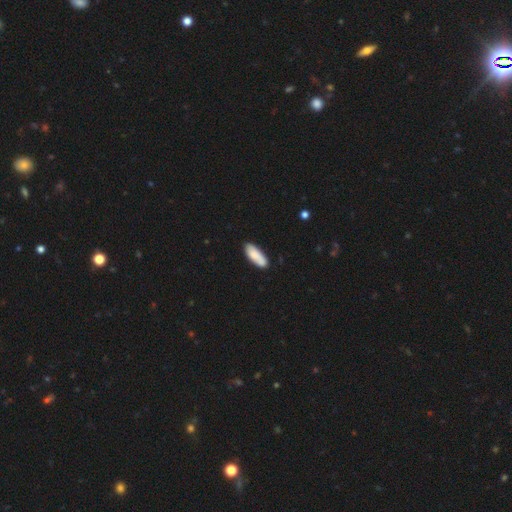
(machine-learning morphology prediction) Smooth or featured? smooth (82%)
How rounded? in between (65%)
Merging? none (80%)